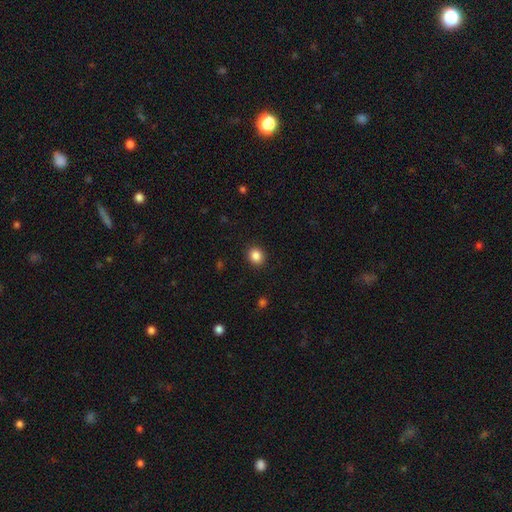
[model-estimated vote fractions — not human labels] The model was most divided on "how rounded": round: 75%, in between: 24%, cigar-shaped: 1%. More confident: merging — none (91%); smooth or featured — smooth (86%).